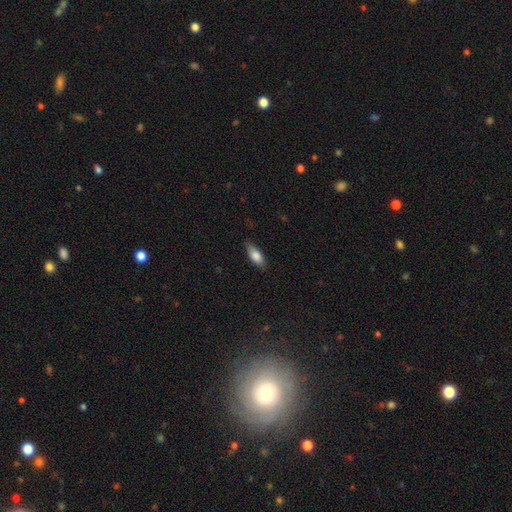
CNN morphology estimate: smooth 81%, featured or disk 12%, star or artifact 6%. Down the decision tree: how rounded — in between (80%); merging — none (79%).